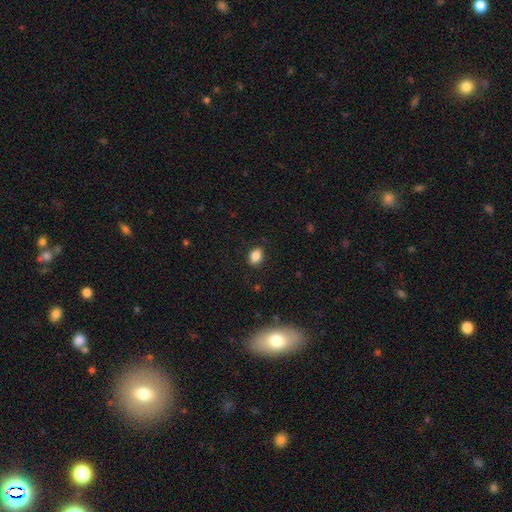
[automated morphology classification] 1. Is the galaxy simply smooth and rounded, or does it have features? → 85% smooth, 10% star or artifact, 5% featured or disk.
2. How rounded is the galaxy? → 72% in between, 27% round, 1% cigar-shaped.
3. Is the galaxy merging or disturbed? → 85% none, 11% minor disturbance, 3% major disturbance, 1% merger.